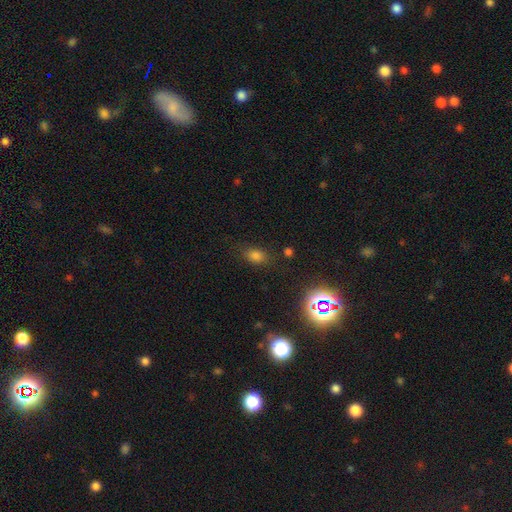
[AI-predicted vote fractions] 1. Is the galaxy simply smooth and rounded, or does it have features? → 74% smooth, 19% star or artifact, 7% featured or disk.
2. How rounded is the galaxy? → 80% in between, 16% round, 3% cigar-shaped.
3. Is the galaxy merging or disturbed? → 77% none, 15% minor disturbance, 5% major disturbance, 3% merger.